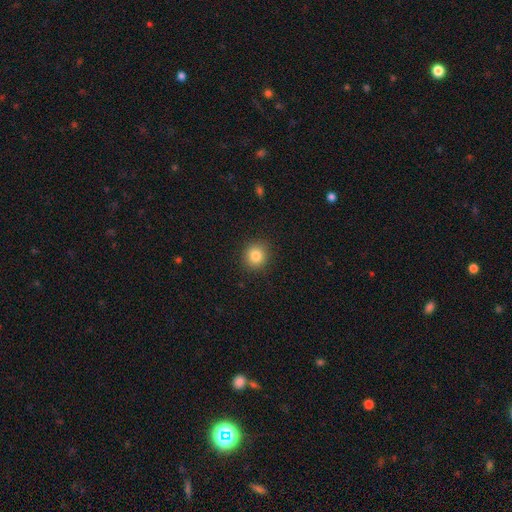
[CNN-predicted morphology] Overall: smooth (83%). How rounded: round (88%). Merging: none (90%).